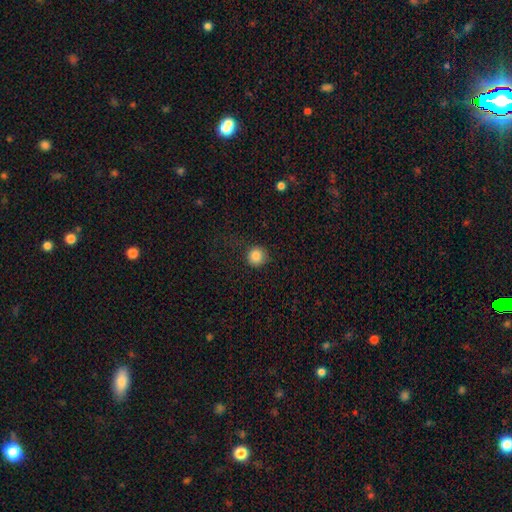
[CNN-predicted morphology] Smooth or featured? Predicted: smooth (p=0.85). How rounded? Predicted: round (p=0.92). Merging? Predicted: none (p=0.80).